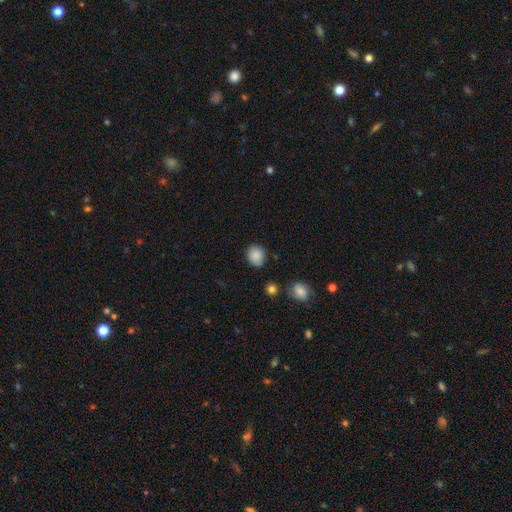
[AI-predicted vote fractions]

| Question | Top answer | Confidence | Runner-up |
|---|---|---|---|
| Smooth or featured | smooth | 87% | star or artifact (8%) |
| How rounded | round | 62% | in between (37%) |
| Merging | none | 82% | minor disturbance (13%) |